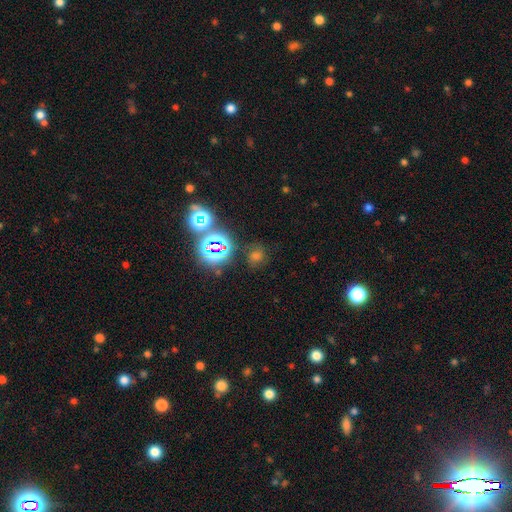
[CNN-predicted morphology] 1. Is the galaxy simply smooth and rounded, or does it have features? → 50% star or artifact, 39% smooth, 11% featured or disk.